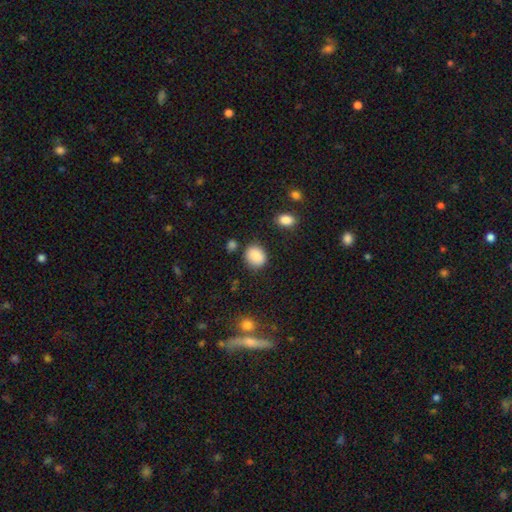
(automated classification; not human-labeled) A smooth galaxy with no disk features (87%) that is round (61%). Merging: none (79%).